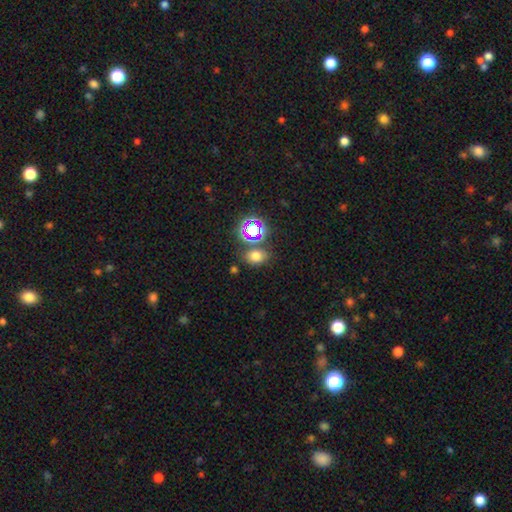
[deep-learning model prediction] smooth-or-featured: smooth: 64% | star or artifact: 27% | featured or disk: 9%
  how-rounded: in between: 60% | round: 38% | cigar-shaped: 1%
  merging: none: 73% | merger: 12% | minor disturbance: 11% | major disturbance: 4%